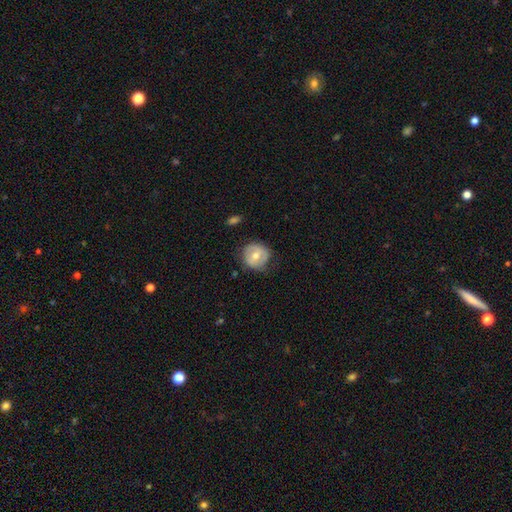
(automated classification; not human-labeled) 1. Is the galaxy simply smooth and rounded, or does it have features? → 58% smooth, 36% featured or disk, 7% star or artifact.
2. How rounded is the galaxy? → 88% round, 11% in between, 1% cigar-shaped.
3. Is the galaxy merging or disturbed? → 73% none, 21% minor disturbance, 5% major disturbance, 2% merger.